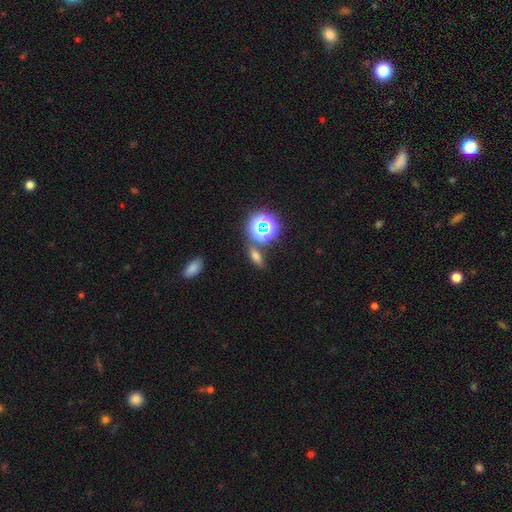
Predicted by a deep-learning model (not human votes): A smooth galaxy with no disk features (57%) that is in between round and cigar-shaped (60%).

Vote fractions:
- Smooth or featured? smooth: 57% / star or artifact: 29% / featured or disk: 13%
- How rounded? in between: 60% / cigar-shaped: 23% / round: 16%
- Merging? none: 72% / minor disturbance: 12% / merger: 11% / major disturbance: 5%